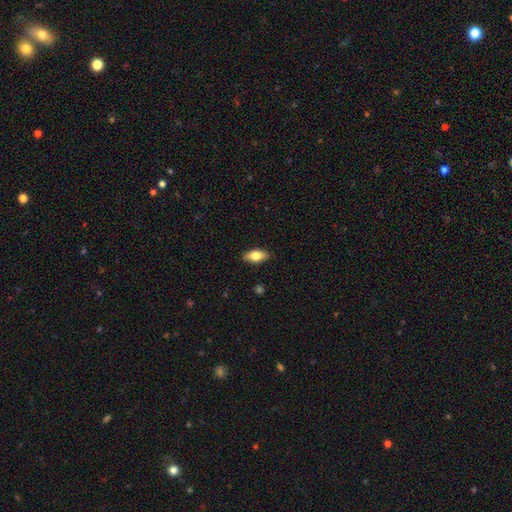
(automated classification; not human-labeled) A smooth galaxy with no disk features (75%) that is in between round and cigar-shaped (88%). Merging: none (89%).